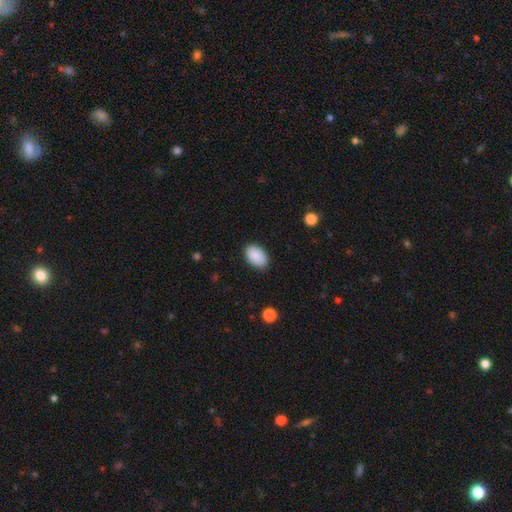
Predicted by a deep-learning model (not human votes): smooth_or_featured: smooth (p=0.89) [alt: star or artifact p=0.07]
how_rounded: in between (p=0.92) [alt: round p=0.07]
merging: none (p=0.87) [alt: minor disturbance p=0.10]